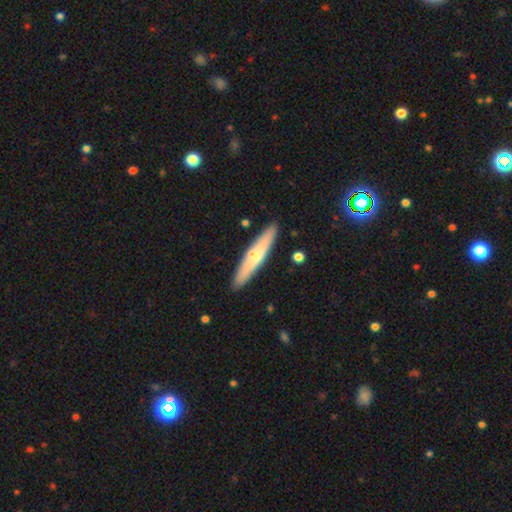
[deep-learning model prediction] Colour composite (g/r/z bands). It shows a smooth galaxy with no disk features (55%) that is cigar-shaped (90%). Merging: none (89%).